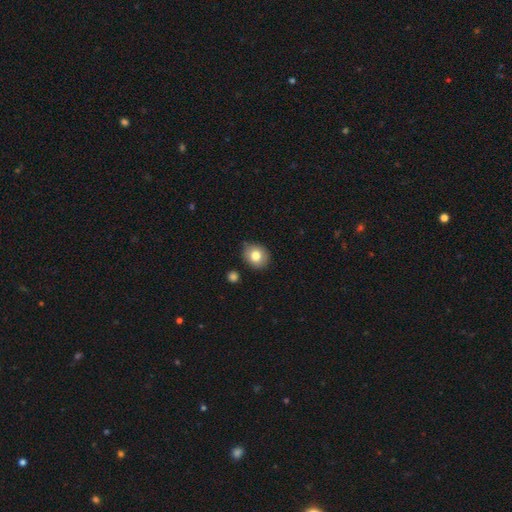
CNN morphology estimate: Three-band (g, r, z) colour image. It shows a smooth galaxy with no disk features (80%) that is round (68%). Merging: none (81%).